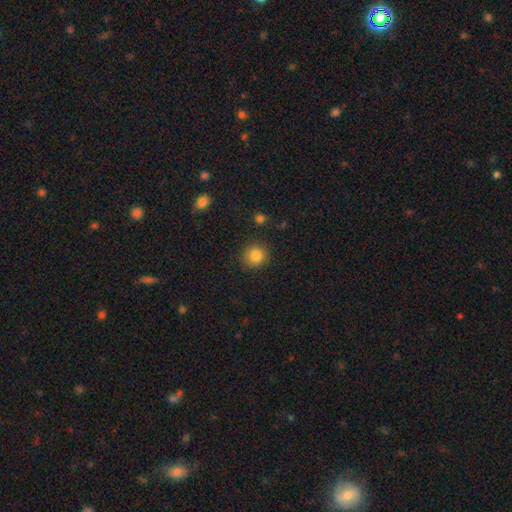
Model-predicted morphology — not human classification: Smooth or featured?
  - smooth: 84% *
  - star or artifact: 11%
  - featured or disk: 5%
How rounded?
  - round: 91% *
  - in between: 8%
  - cigar-shaped: 1%
Merging?
  - none: 89% *
  - minor disturbance: 7%
  - major disturbance: 2%
  - merger: 2%